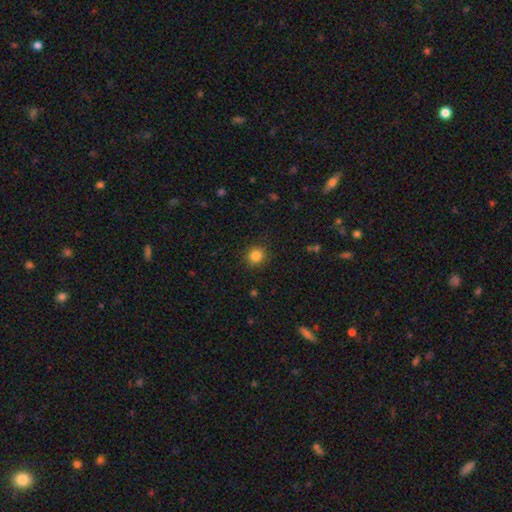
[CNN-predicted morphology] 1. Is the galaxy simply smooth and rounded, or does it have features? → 84% smooth, 11% star or artifact, 5% featured or disk.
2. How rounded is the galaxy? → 88% round, 11% in between, 1% cigar-shaped.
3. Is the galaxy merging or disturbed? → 89% none, 8% minor disturbance, 2% major disturbance, 1% merger.